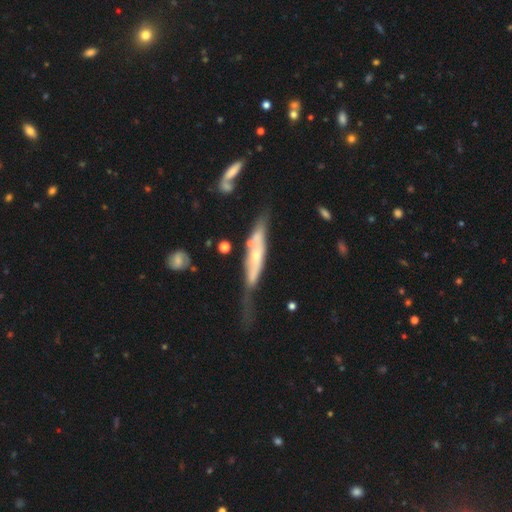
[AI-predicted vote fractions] The model was most divided on "merging": minor disturbance: 31%, none: 29%, major disturbance: 27%, merger: 12%. More confident: smooth or featured — featured or disk (64%); edge-on disk — yes (57%).